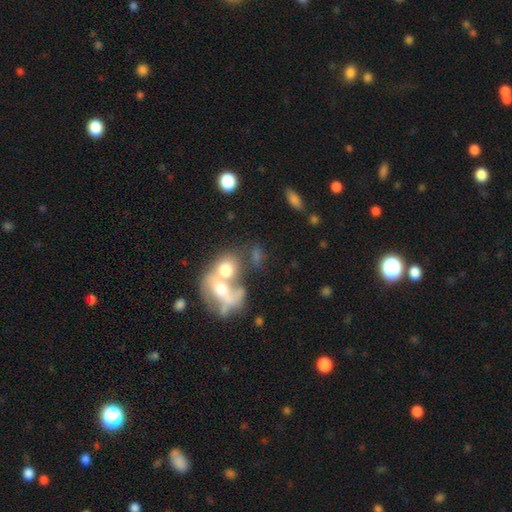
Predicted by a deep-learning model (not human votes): smooth 47%, featured or disk 36%, star or artifact 18%. Down the decision tree: merging — merger (58%).